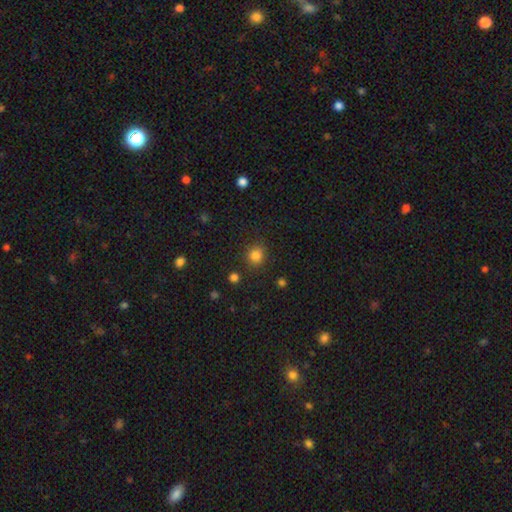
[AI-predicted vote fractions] smooth-or-featured: smooth: 82% | star or artifact: 13% | featured or disk: 5%
  how-rounded: round: 85% | in between: 14% | cigar-shaped: 1%
  merging: none: 86% | minor disturbance: 9% | major disturbance: 3% | merger: 2%